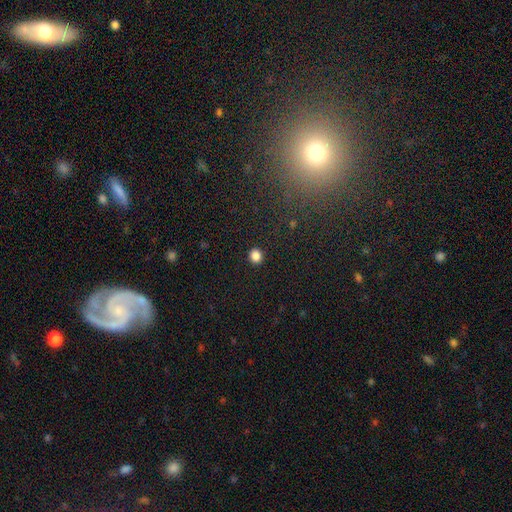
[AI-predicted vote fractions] Smooth or featured? smooth (85%)
How rounded? round (81%)
Merging? none (92%)